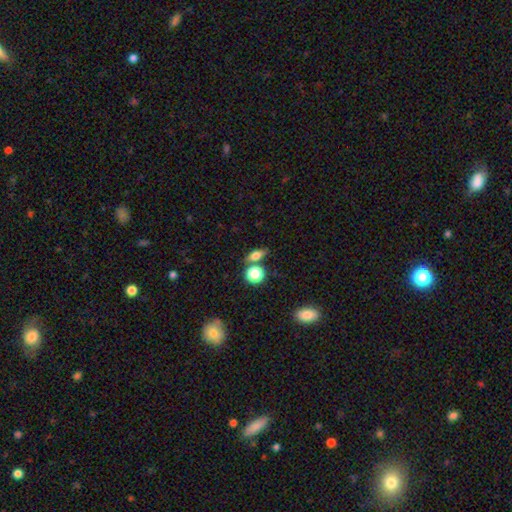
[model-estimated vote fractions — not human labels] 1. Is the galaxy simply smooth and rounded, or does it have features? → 64% smooth, 22% featured or disk, 14% star or artifact.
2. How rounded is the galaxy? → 55% in between, 25% round, 20% cigar-shaped.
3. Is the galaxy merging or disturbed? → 72% none, 12% minor disturbance, 12% merger, 4% major disturbance.